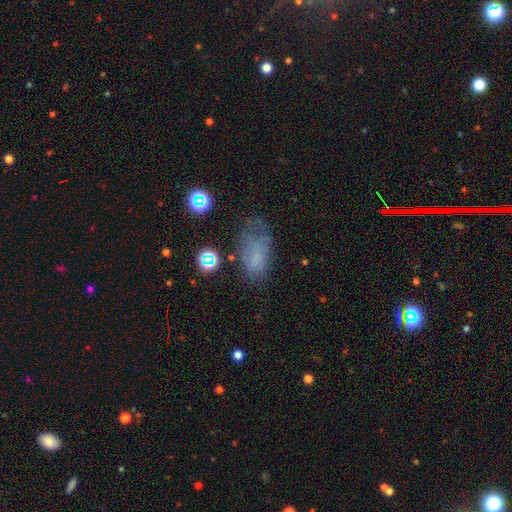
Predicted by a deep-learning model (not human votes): Smooth or featured? Predicted: smooth (p=0.54). How rounded? Predicted: in between (p=0.87). Merging? Predicted: none (p=0.42).